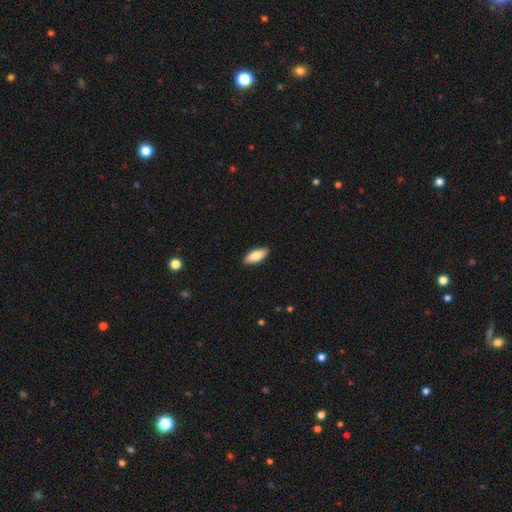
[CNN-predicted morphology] Smooth or featured: smooth — 78% (featured or disk — 16%)
How rounded: in between — 79% (cigar-shaped — 19%)
Merging: none — 90% (minor disturbance — 7%)